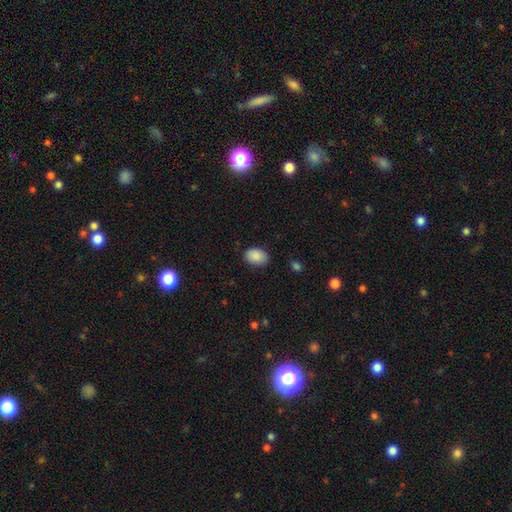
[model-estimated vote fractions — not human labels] Smooth or featured: smooth — 88% (star or artifact — 7%)
How rounded: in between — 81% (round — 18%)
Merging: none — 82% (minor disturbance — 14%)